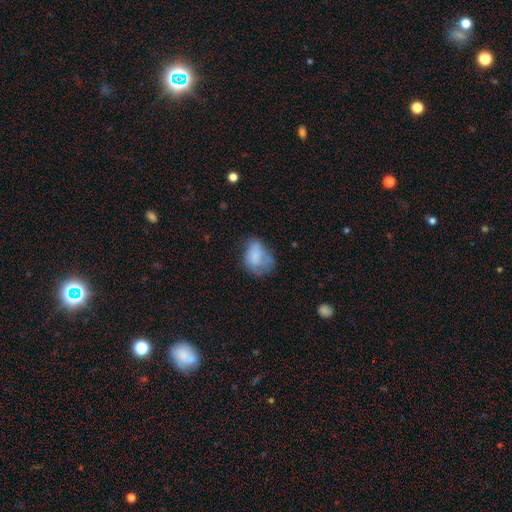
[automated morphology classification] smooth_or_featured: smooth (p=0.68) [alt: featured or disk p=0.22]
how_rounded: in between (p=0.68) [alt: round p=0.30]
merging: none (p=0.37) [alt: minor disturbance p=0.32]